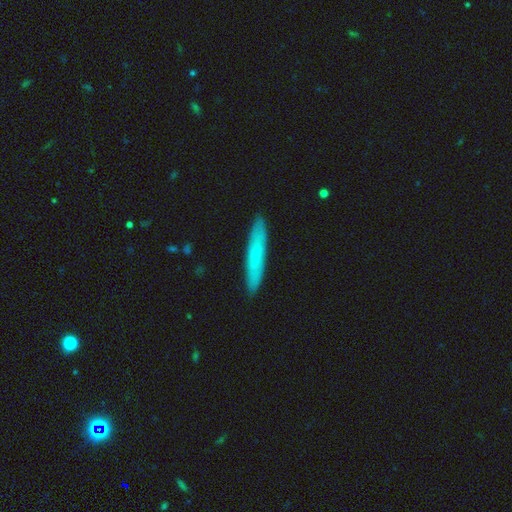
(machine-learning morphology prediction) Smooth or featured: smooth — 62% (featured or disk — 32%)
How rounded: cigar-shaped — 93% (in between — 6%)
Merging: none — 90% (minor disturbance — 7%)